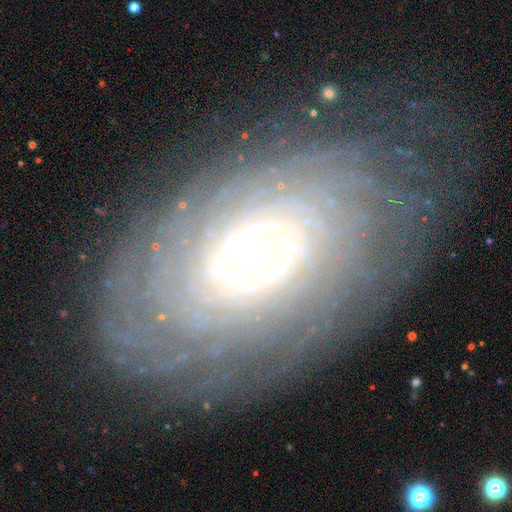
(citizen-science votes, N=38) smooth_or_featured: featured or disk (p=0.89) [alt: smooth p=0.11]
disk_edge_on: no (p=1.00)
bar: weak (p=0.41) [tied with: no p=0.41]
has_spiral_arms: yes (p=0.94) [alt: no p=0.06]
spiral_winding: tight (p=0.91) [alt: medium p=0.09]
spiral_arm_count: more than 4 (p=0.62) [alt: can't tell p=0.25]
bulge_size: small (p=0.53) [alt: moderate p=0.47]
merging: none (p=0.71) [alt: minor disturbance p=0.21]